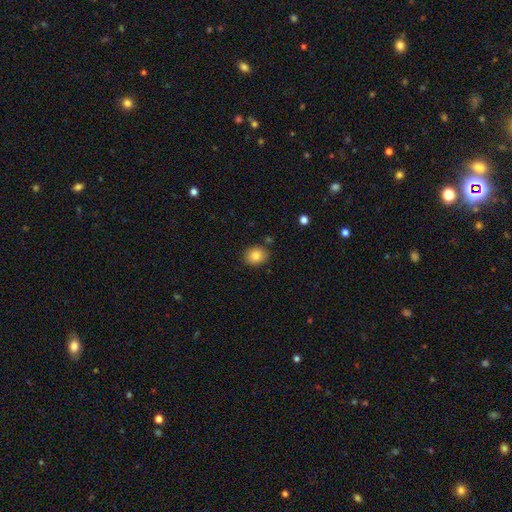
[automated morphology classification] type=smooth (84%); roundness=round (57%); merging=none (85%).